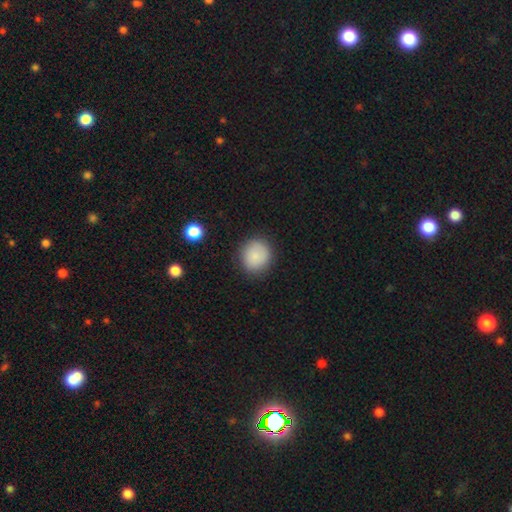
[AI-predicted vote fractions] smooth_or_featured: smooth (p=0.85) [alt: star or artifact p=0.09]
how_rounded: round (p=0.85) [alt: in between p=0.14]
merging: none (p=0.86) [alt: minor disturbance p=0.10]